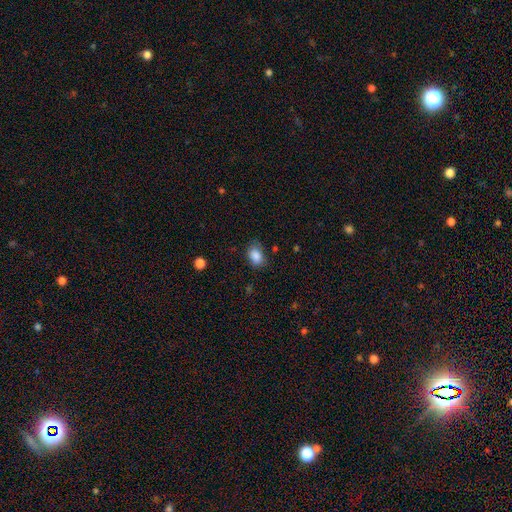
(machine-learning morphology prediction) This appears to be a smooth galaxy with no disk features (86%) that is in between round and cigar-shaped (76%). Merging: none (70%).